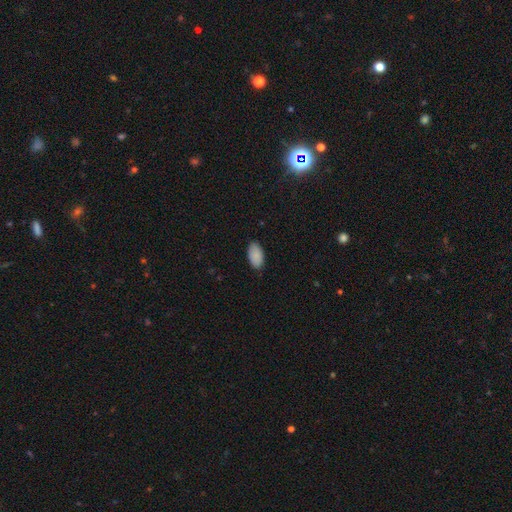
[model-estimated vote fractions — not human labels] Smooth or featured? smooth (90%)
How rounded? in between (95%)
Merging? none (86%)